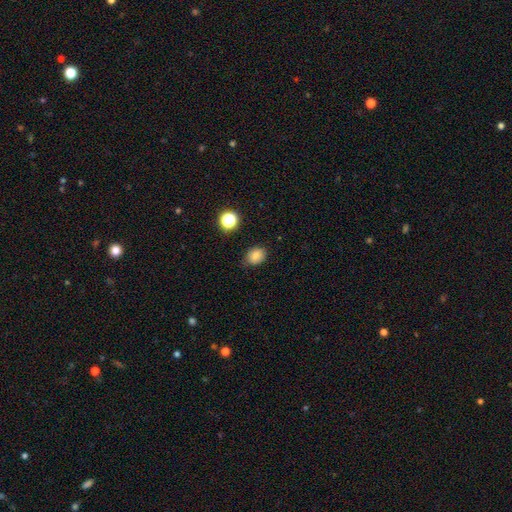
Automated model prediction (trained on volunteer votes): Smooth or featured?
  - smooth: 82% *
  - star or artifact: 12%
  - featured or disk: 6%
How rounded?
  - round: 50% *
  - in between: 49%
  - cigar-shaped: 1%
Merging?
  - none: 79% *
  - minor disturbance: 16%
  - major disturbance: 3%
  - merger: 2%